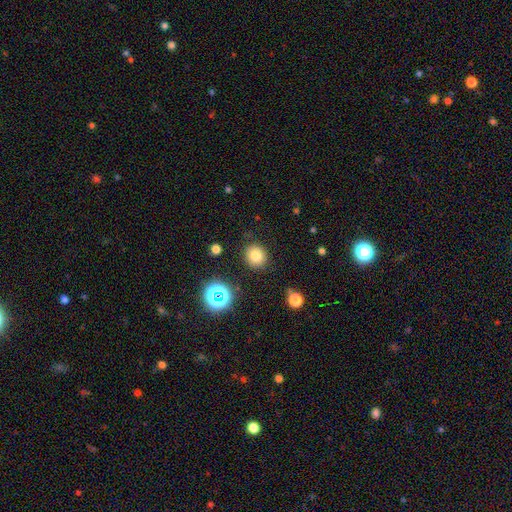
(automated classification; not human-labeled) Smooth or featured: smooth — 79% (star or artifact — 15%)
How rounded: round — 82% (in between — 17%)
Merging: none — 86% (minor disturbance — 9%)